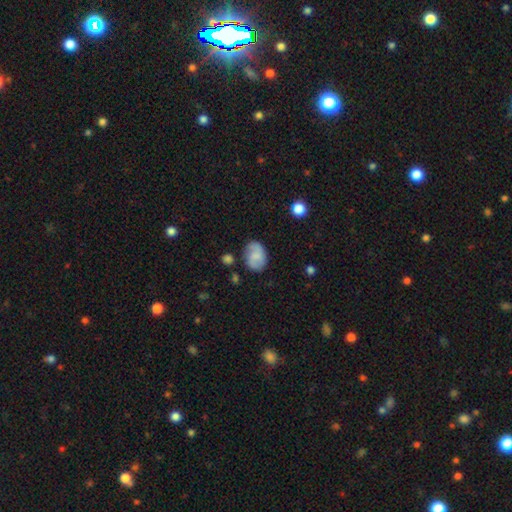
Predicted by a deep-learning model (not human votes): smooth 63%, featured or disk 29%, star or artifact 8%. Down the decision tree: how rounded — in between (70%); merging — none (69%).